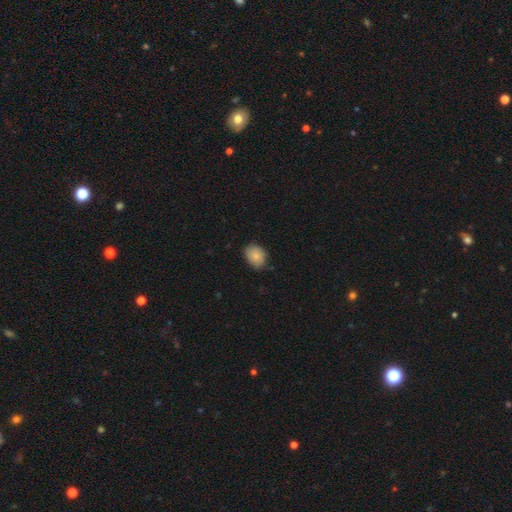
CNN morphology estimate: smooth_or_featured: smooth (p=0.83) [alt: featured or disk p=0.09]
how_rounded: in between (p=0.59) [alt: round p=0.40]
merging: none (p=0.78) [alt: minor disturbance p=0.18]